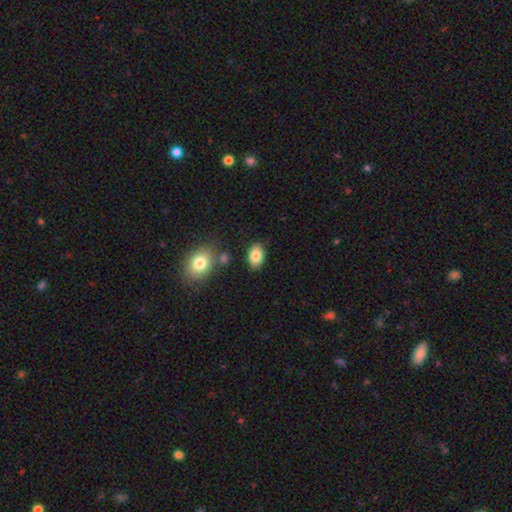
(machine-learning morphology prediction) smooth 84%, featured or disk 8%, star or artifact 8%. Down the decision tree: how rounded — in between (88%); merging — none (83%).